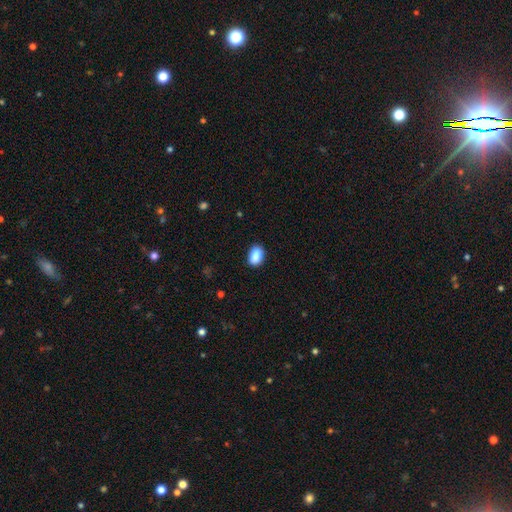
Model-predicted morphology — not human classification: This is clearly a smooth galaxy (88%). How rounded: clearly in between (86%). Merging: clearly none (87%).